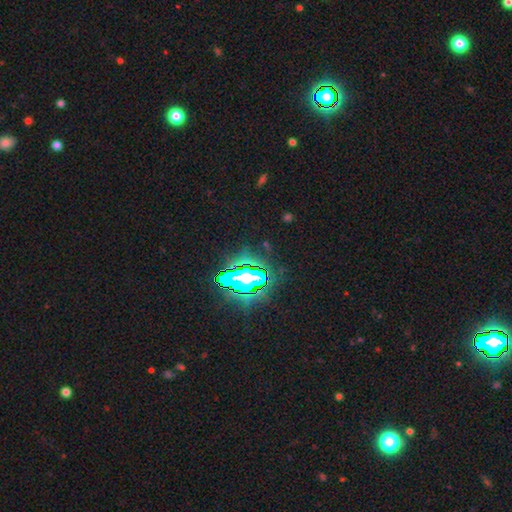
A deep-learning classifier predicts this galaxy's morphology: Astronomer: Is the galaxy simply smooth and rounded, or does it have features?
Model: star or artifact — 79%.